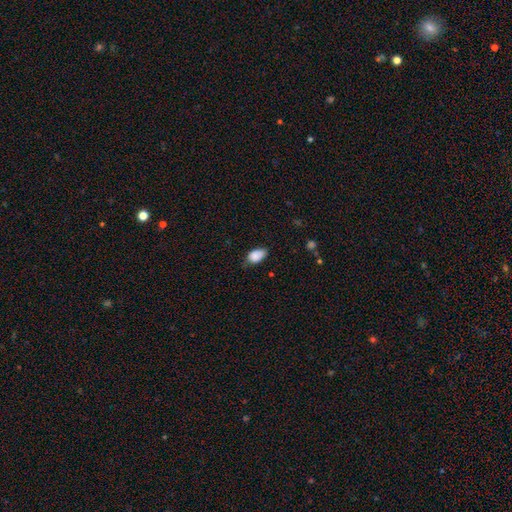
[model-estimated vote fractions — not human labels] smooth 87%, star or artifact 8%, featured or disk 6%. Down the decision tree: how rounded — in between (91%); merging — none (59%).